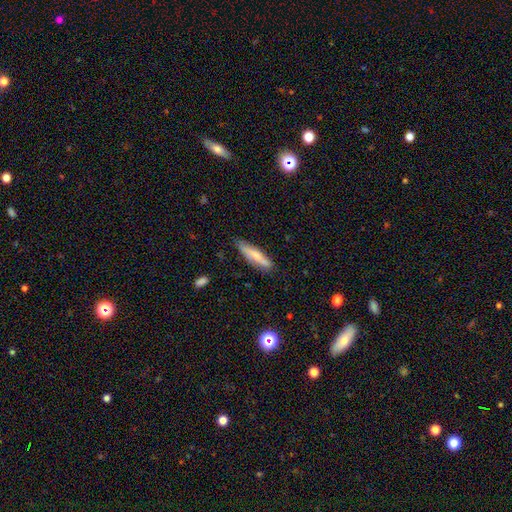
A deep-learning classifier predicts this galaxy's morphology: Overall: smooth (65%; featured or disk 28%). How rounded: cigar-shaped (77%). Merging: none (72%).